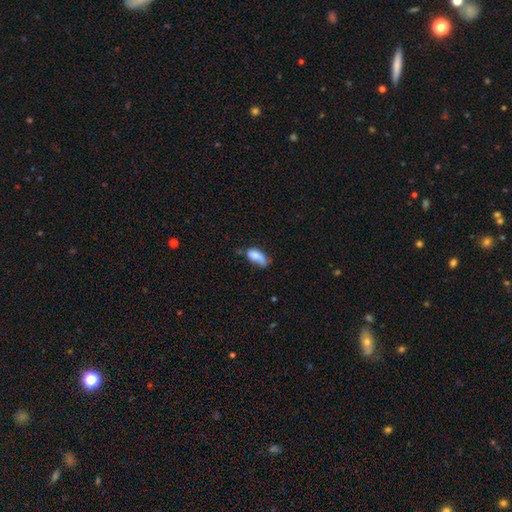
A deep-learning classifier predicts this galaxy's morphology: type=smooth (76%); roundness=in between (85%); merging=none (35%, tied with minor disturbance).